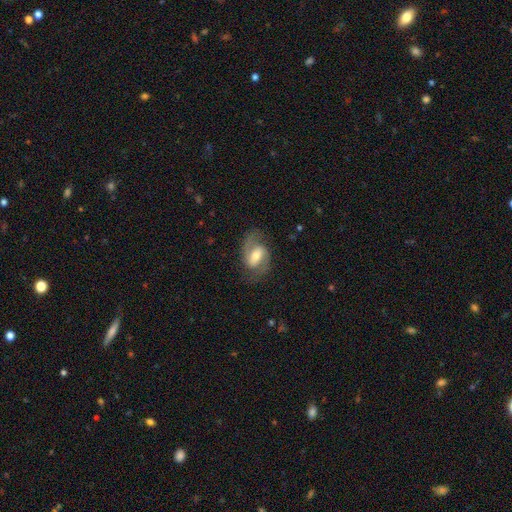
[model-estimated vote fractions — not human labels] featured or disk 81%, smooth 14%, star or artifact 6%. Down the decision tree: edge-on disk — no (97%); bar — weak (45%); spiral arms — yes (93%); spiral arm count — 2 (91%); spiral winding — medium (56%); bulge size — moderate (61%); merging — none (78%).